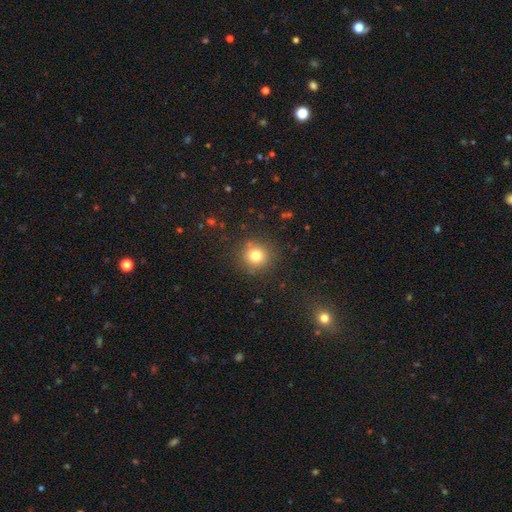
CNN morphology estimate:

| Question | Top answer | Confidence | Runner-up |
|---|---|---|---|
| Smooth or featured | smooth | 78% | star or artifact (13%) |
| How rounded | round | 92% | in between (7%) |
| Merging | none | 86% | minor disturbance (9%) |